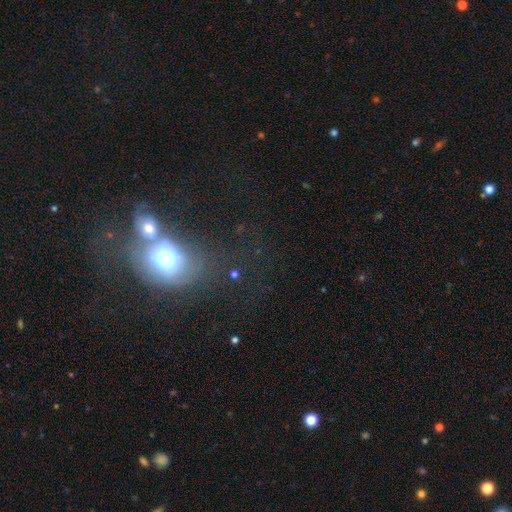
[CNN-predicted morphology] Smooth or featured? smooth (53%)
How rounded? round (54%)
Merging? merger (44%)